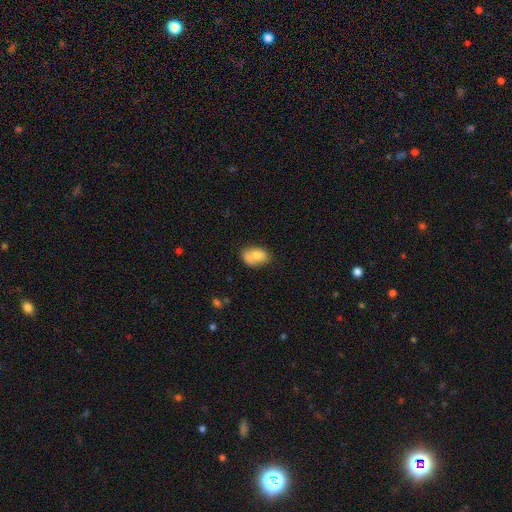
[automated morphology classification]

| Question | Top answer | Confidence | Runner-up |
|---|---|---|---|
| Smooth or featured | smooth | 74% | featured or disk (18%) |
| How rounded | in between | 80% | round (19%) |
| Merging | none | 41% | merger (27%) |